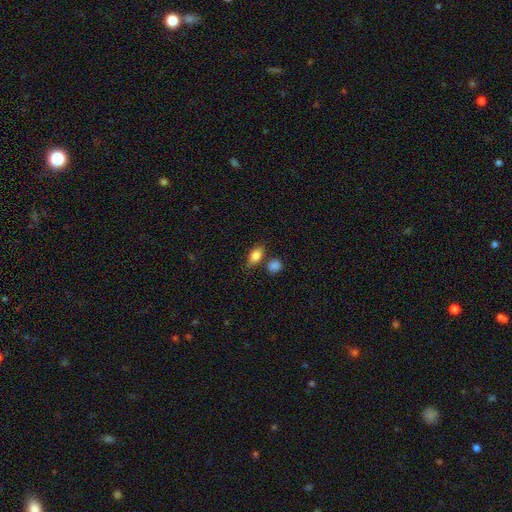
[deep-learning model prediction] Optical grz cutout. It shows a smooth galaxy with no disk features (84%) that is in between round and cigar-shaped (84%). Merging: none (68%).